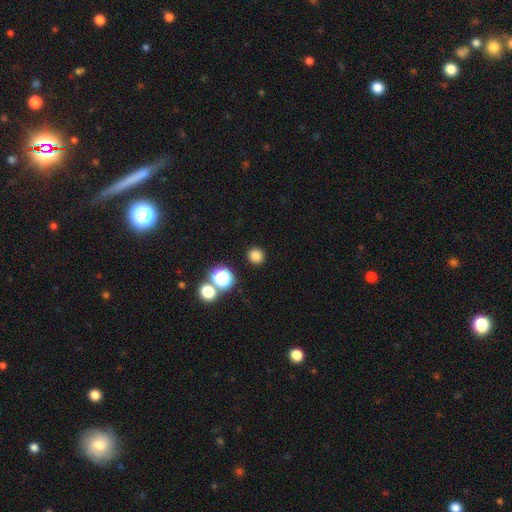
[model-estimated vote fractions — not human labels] The model was most divided on "smooth or featured": smooth: 80%, star or artifact: 15%, featured or disk: 4%. More confident: how rounded — round (90%); merging — none (89%).